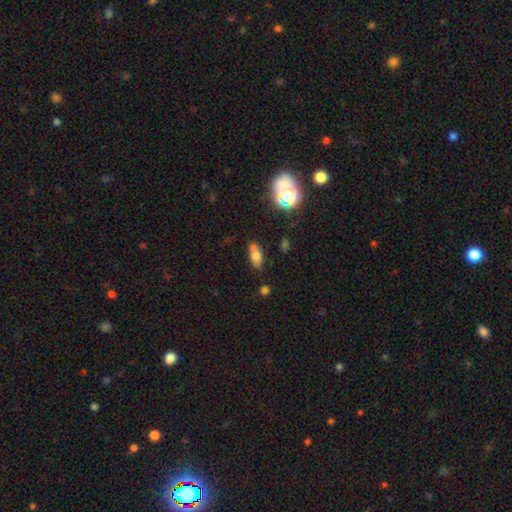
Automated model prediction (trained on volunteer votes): Smooth or featured?
  - smooth: 68% *
  - featured or disk: 16%
  - star or artifact: 16%
How rounded?
  - in between: 78% *
  - cigar-shaped: 11%
  - round: 11%
Merging?
  - none: 48% *
  - merger: 31%
  - minor disturbance: 16%
  - major disturbance: 5%